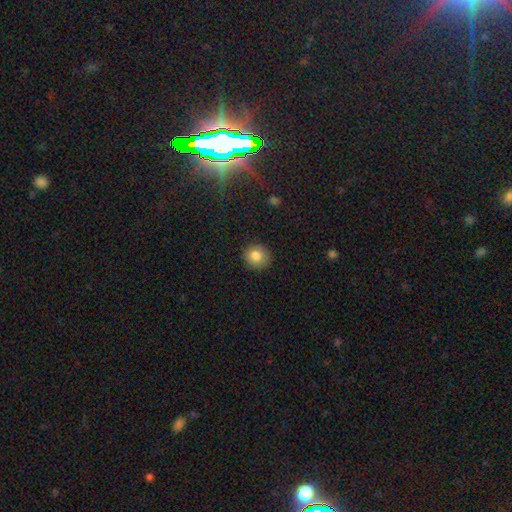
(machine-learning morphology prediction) This is clearly a smooth galaxy (83%). How rounded: clearly round (87%). Merging: clearly none (89%).